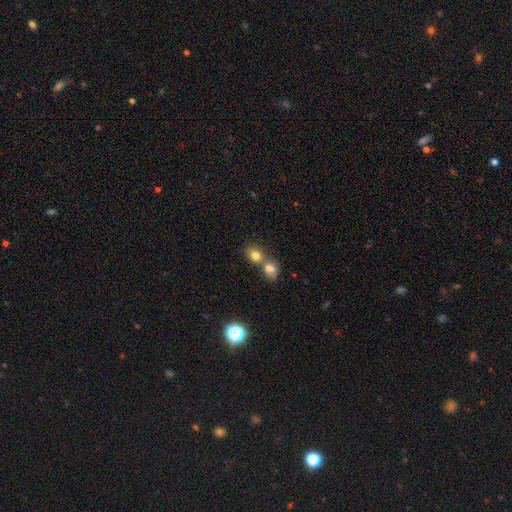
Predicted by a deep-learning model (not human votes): Overall: smooth (78%). How rounded: round (57%; in between 41%). Merging: merger (52%; none 38%).